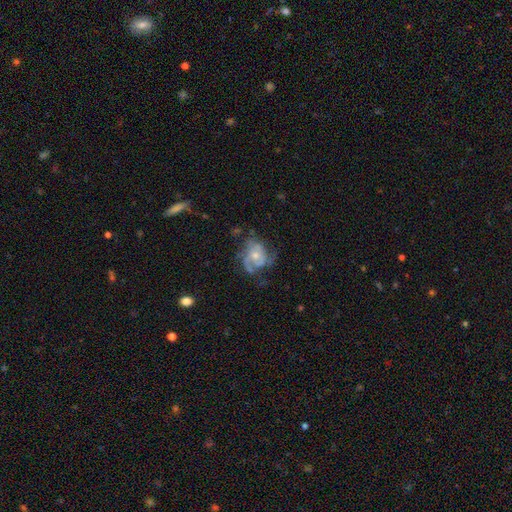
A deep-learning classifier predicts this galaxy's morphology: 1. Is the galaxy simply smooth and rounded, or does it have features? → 73% featured or disk, 19% smooth, 7% star or artifact.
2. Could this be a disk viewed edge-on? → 98% no, 2% yes.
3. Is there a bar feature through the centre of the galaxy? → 79% no, 18% weak, 3% strong.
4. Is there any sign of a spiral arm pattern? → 80% yes, 20% no.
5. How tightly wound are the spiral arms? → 41% medium, 39% tight, 20% loose.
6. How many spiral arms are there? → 30% 2, 28% can't tell, 24% 3, 10% 1, 5% 4, 3% more than 4.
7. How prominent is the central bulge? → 51% moderate, 42% small, 3% large, 3% none, 1% dominant.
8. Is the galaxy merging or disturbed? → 45% none, 27% major disturbance, 25% minor disturbance, 3% merger.